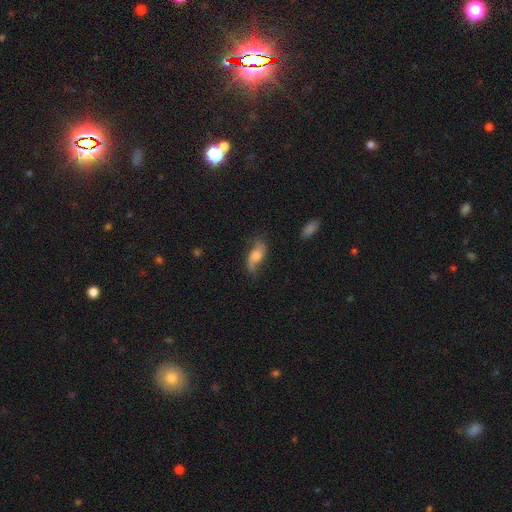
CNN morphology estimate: A featured or disk galaxy (59%) with no bar (64%), spiral arms (89%) and a moderate central bulge (42%).

Vote fractions:
- Smooth or featured? featured or disk: 59% / smooth: 33% / star or artifact: 8%
- Edge-on disk? no: 89% / yes: 11%
- Bar? no: 64% / weak: 29% / strong: 7%
- Spiral arms? yes: 89% / no: 11%
- Bulge size? moderate: 42% / large: 26% / small: 18% / none: 10% / dominant: 4%
- Merging? none: 61% / minor disturbance: 24% / major disturbance: 12% / merger: 3%